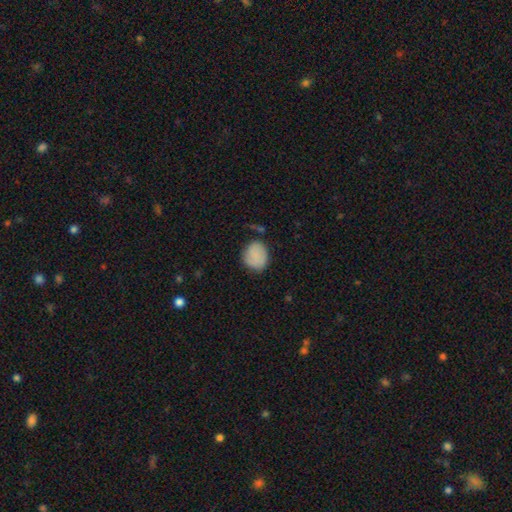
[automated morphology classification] Smooth or featured? Predicted: smooth (p=0.83). How rounded? Predicted: round (p=0.69). Merging? Predicted: none (p=0.68).